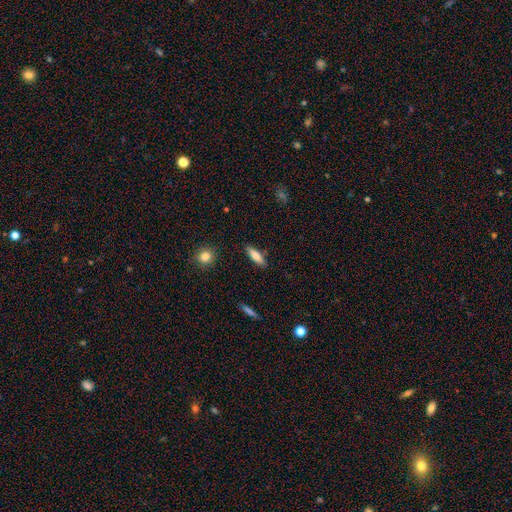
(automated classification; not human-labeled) The model was most divided on "how rounded": cigar-shaped: 52%, in between: 46%, round: 2%. More confident: merging — none (86%); smooth or featured — smooth (75%).